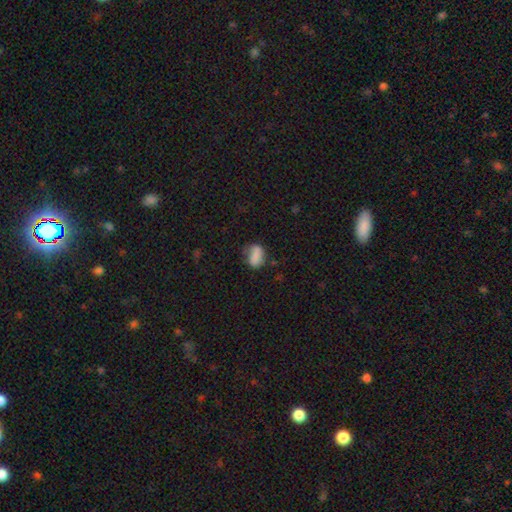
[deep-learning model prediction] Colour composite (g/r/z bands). It shows a smooth galaxy with no disk features (80%) that is in between round and cigar-shaped (80%). Merging: none (61%).